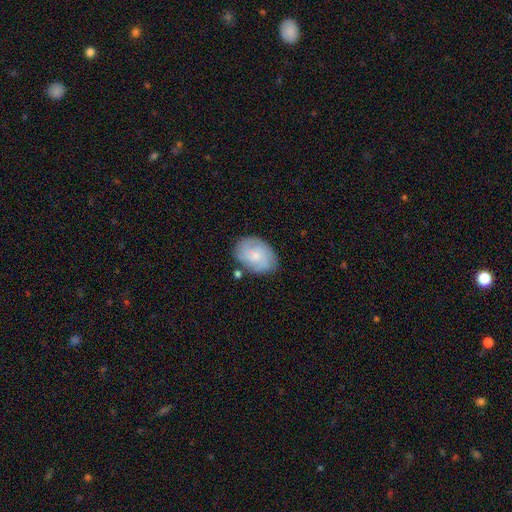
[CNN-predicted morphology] Smooth or featured: featured or disk — 51% (smooth — 42%)
Edge-on disk: no — 97% (yes — 3%)
Merging: none — 76% (minor disturbance — 17%)